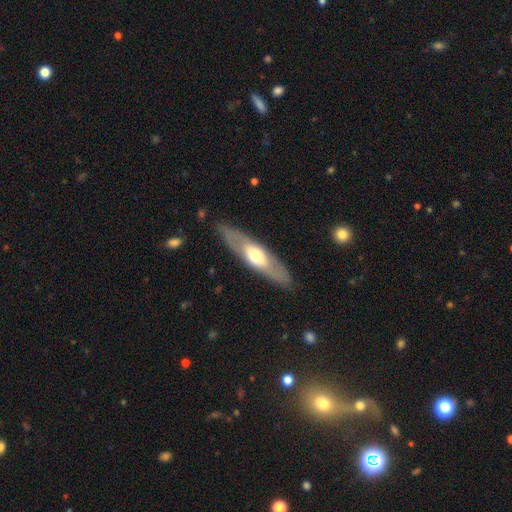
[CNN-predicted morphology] smooth-or-featured: featured or disk: 52% | smooth: 43% | star or artifact: 5%
  disk-edge-on: yes: 54% | no: 46%
  merging: none: 85% | minor disturbance: 11% | major disturbance: 3% | merger: 1%